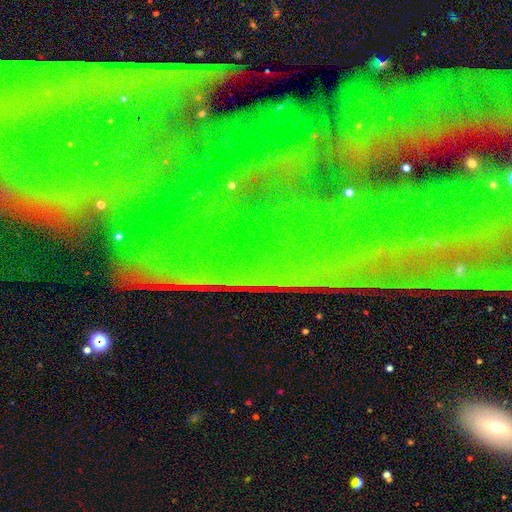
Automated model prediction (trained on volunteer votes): Q: Smooth or featured?
A: star or artifact (77%); runner-up: featured or disk (14%)